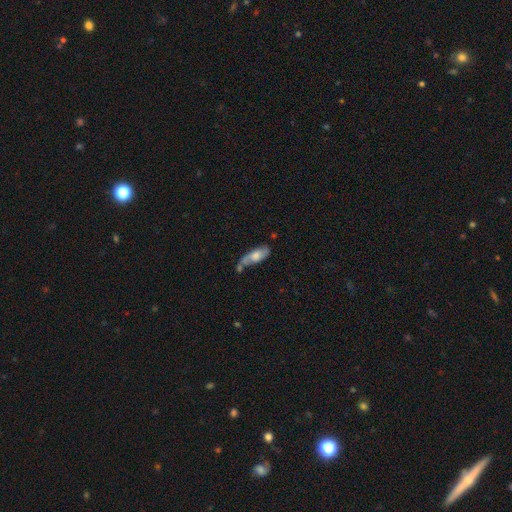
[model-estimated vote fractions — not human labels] Overall: smooth (58%; featured or disk 36%). How rounded: in between (67%; cigar-shaped 30%). Merging: none (44%; minor disturbance 27%).